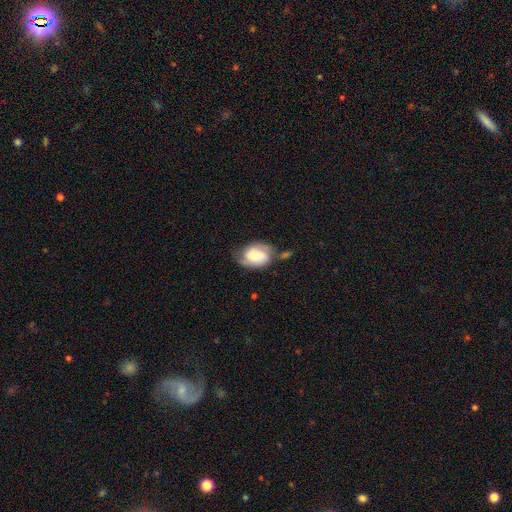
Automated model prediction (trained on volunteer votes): This appears to be a smooth galaxy with no disk features (51%) that is in between round and cigar-shaped (82%). Merging: none (45%).